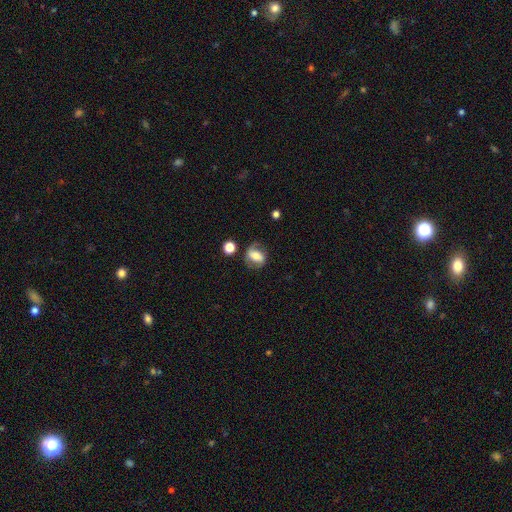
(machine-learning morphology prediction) This appears to be a featured or disk galaxy (46%). Merging: none (63%).